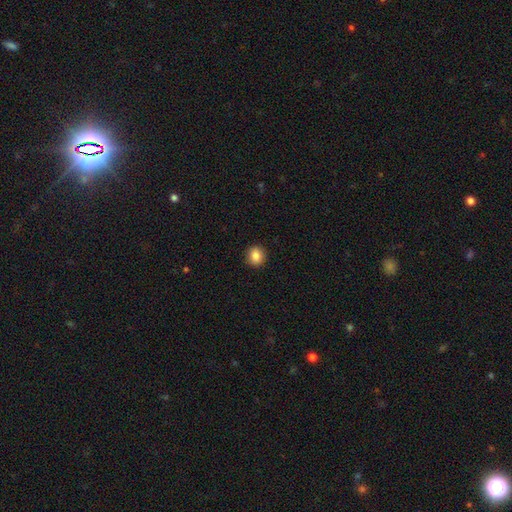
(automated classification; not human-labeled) The model was most divided on "how rounded": round: 86%, in between: 13%, cigar-shaped: 1%. More confident: merging — none (91%); smooth or featured — smooth (86%).